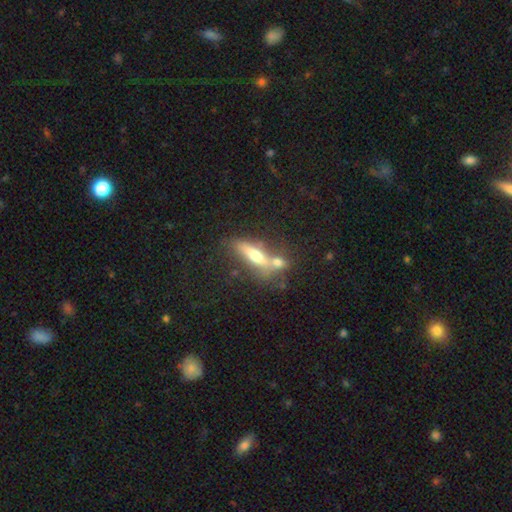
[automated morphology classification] The model was most divided on "merging": merger: 41%, none: 39%, minor disturbance: 12%, major disturbance: 8%. More confident: how rounded — cigar-shaped (63%); smooth or featured — smooth (51%).